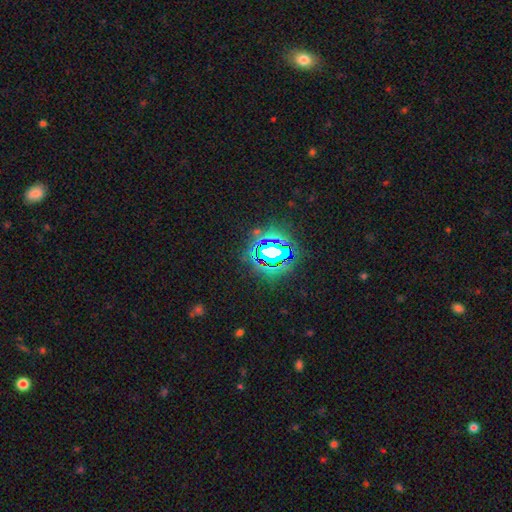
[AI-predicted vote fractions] The model was most divided on "smooth or featured": star or artifact: 83%, smooth: 11%, featured or disk: 7%.